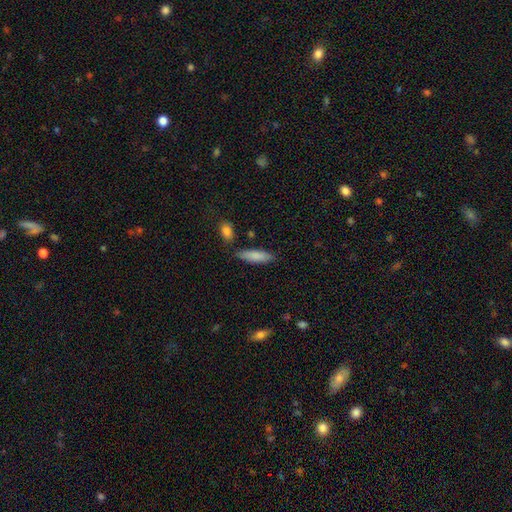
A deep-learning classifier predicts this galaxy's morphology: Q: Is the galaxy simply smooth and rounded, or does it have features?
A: smooth — 84%.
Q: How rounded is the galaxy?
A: cigar-shaped — 53%.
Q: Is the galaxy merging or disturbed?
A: none — 80%.